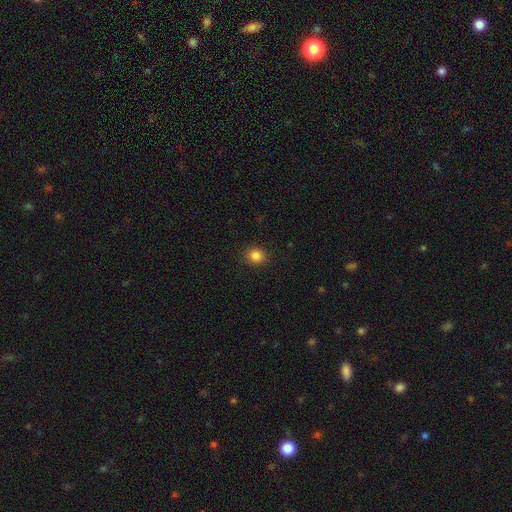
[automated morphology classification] This is clearly a smooth galaxy (84%). How rounded: clearly round (84%). Merging: clearly none (90%).